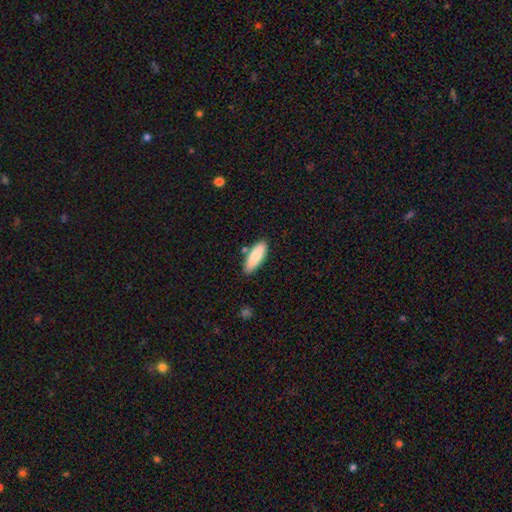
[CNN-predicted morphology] Smooth or featured: smooth — 84% (featured or disk — 10%)
How rounded: in between — 56% (cigar-shaped — 42%)
Merging: none — 82% (minor disturbance — 12%)